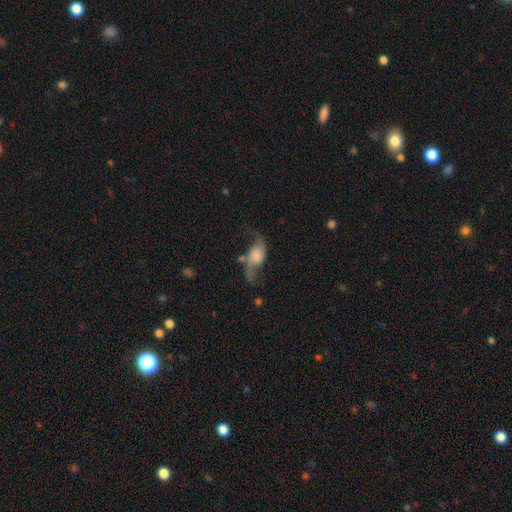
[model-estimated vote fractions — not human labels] Q: Smooth or featured?
A: featured or disk (78%); runner-up: smooth (15%)
Q: Edge-on disk?
A: no (93%); runner-up: yes (7%)
Q: Bar?
A: no (58%); runner-up: weak (33%)
Q: Spiral arms?
A: yes (94%); runner-up: no (6%)
Q: Spiral winding?
A: loose (88%); runner-up: medium (10%)
Q: Spiral arm count?
A: 2 (93%); runner-up: 1 (3%)
Q: Bulge size?
A: none (27%); runner-up: large (26%)
Q: Merging?
A: none (58%); runner-up: minor disturbance (19%)